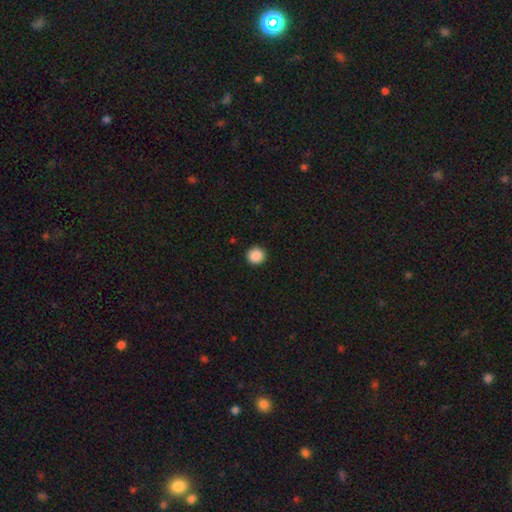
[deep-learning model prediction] Smooth or featured? smooth (89%)
How rounded? round (94%)
Merging? none (93%)